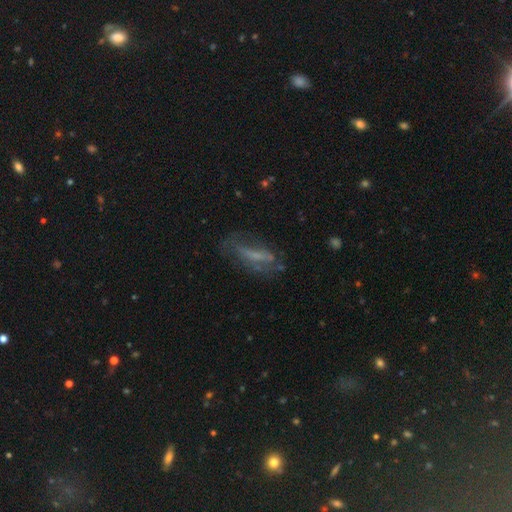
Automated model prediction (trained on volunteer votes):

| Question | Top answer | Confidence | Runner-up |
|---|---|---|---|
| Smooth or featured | featured or disk | 48% | smooth (40%) |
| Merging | none | 50% | minor disturbance (25%) |